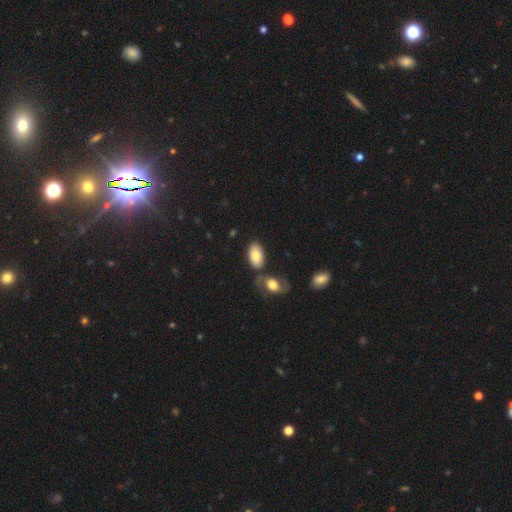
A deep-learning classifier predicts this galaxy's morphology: A smooth galaxy with no disk features (79%) that is in between round and cigar-shaped (93%). Merging: none (67%).